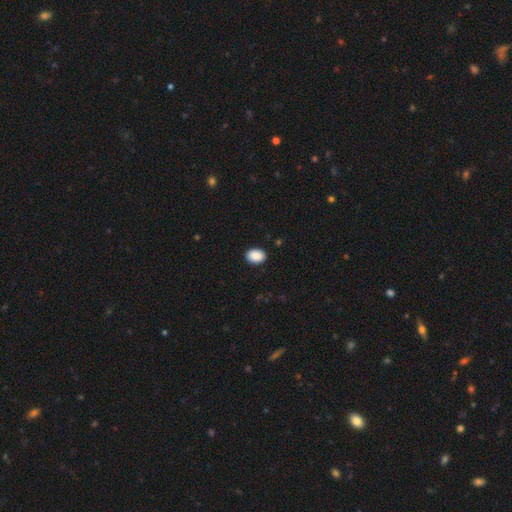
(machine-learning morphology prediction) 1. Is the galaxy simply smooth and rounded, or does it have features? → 90% smooth, 7% star or artifact, 3% featured or disk.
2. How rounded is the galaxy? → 78% in between, 21% round, 1% cigar-shaped.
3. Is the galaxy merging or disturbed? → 90% none, 7% minor disturbance, 2% major disturbance, 1% merger.